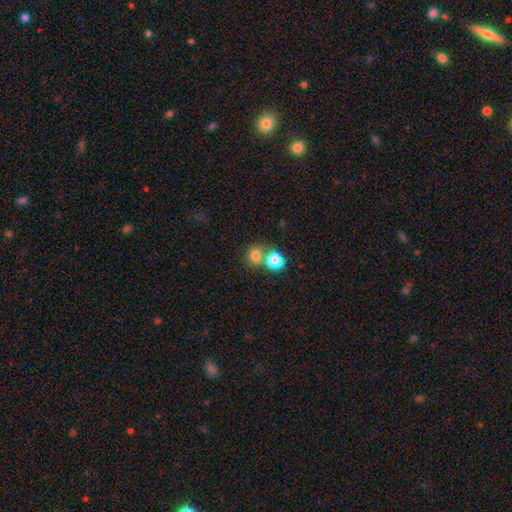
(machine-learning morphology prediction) smooth-or-featured: smooth: 79% | star or artifact: 13% | featured or disk: 8%
  how-rounded: round: 70% | in between: 29% | cigar-shaped: 1%
  merging: none: 47% | merger: 41% | minor disturbance: 8% | major disturbance: 4%